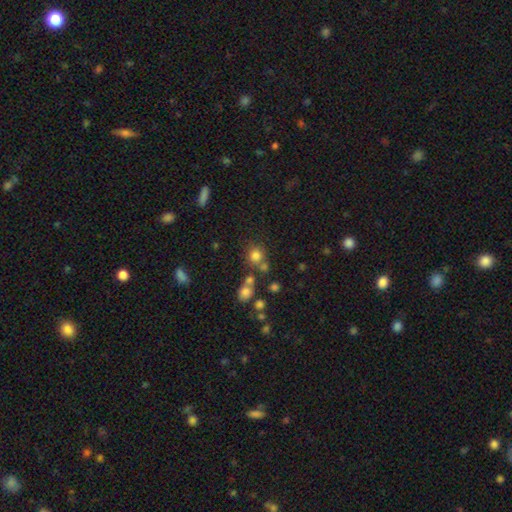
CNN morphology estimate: This appears to be a smooth galaxy with no disk features (76%) that is round (86%). Merging: none (64%).